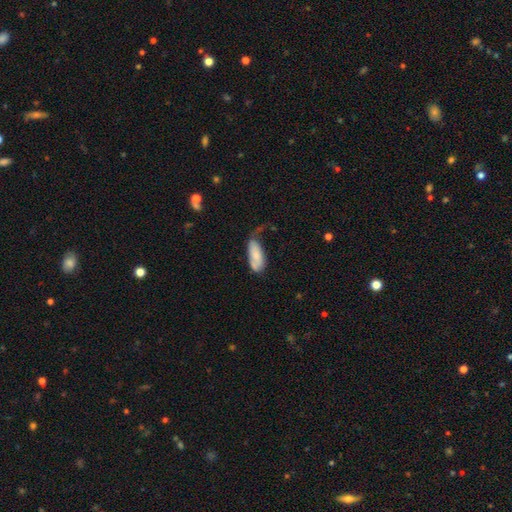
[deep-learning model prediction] Smooth or featured: smooth — 75% (featured or disk — 19%)
How rounded: in between — 85% (cigar-shaped — 13%)
Merging: minor disturbance — 34% (none — 33%)